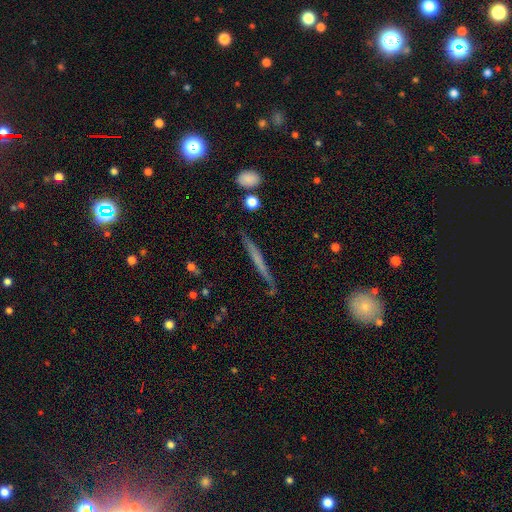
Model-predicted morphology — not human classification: The model was most divided on "smooth or featured": featured or disk: 53%, smooth: 39%, star or artifact: 8%. More confident: edge-on disk — yes (95%); merging — none (84%); edge-on bulge — none (82%).